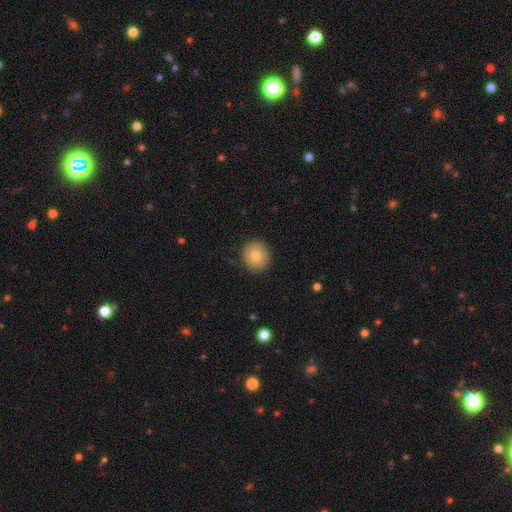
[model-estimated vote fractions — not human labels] Smooth or featured? smooth (82%)
How rounded? round (86%)
Merging? none (90%)